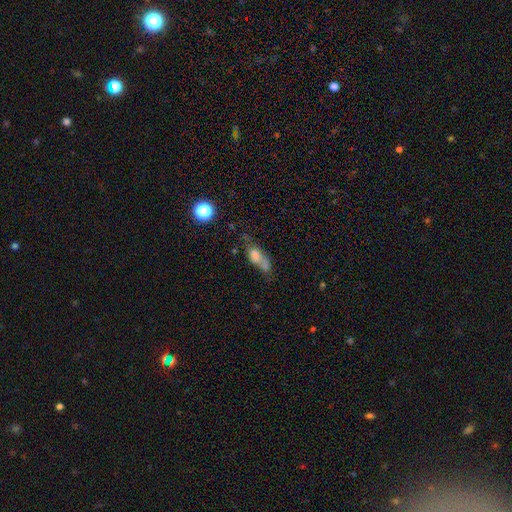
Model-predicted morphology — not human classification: Overall: smooth (55%; featured or disk 29%). How rounded: in between (59%; cigar-shaped 22%). Merging: merger (35%; none 31%).